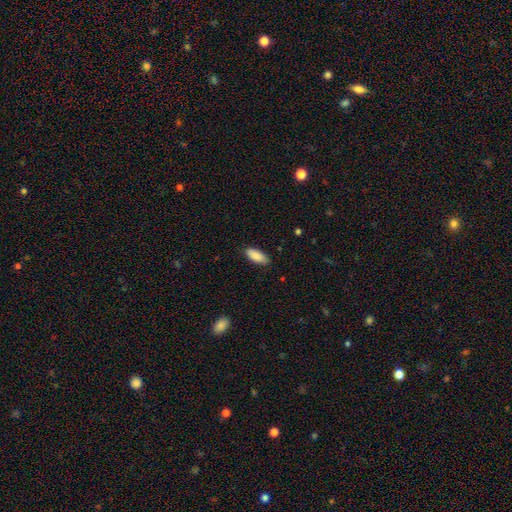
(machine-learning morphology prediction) smooth-or-featured: smooth: 87% | featured or disk: 7% | star or artifact: 6%
  how-rounded: in between: 83% | cigar-shaped: 15% | round: 2%
  merging: none: 84% | minor disturbance: 12% | major disturbance: 2% | merger: 1%